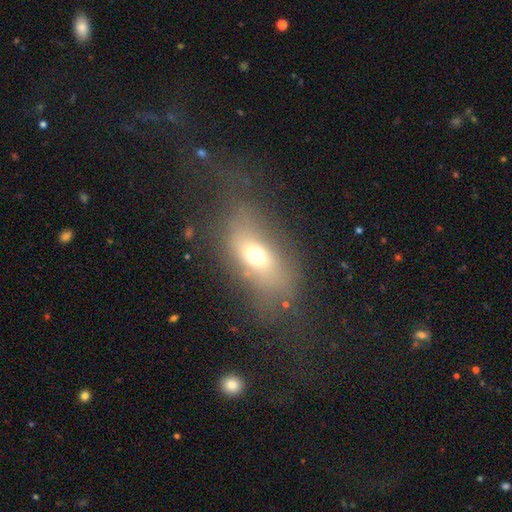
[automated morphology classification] smooth_or_featured: smooth (p=0.61) [alt: featured or disk p=0.23]
how_rounded: in between (p=0.72) [alt: round p=0.18]
merging: none (p=0.66) [alt: major disturbance p=0.16]